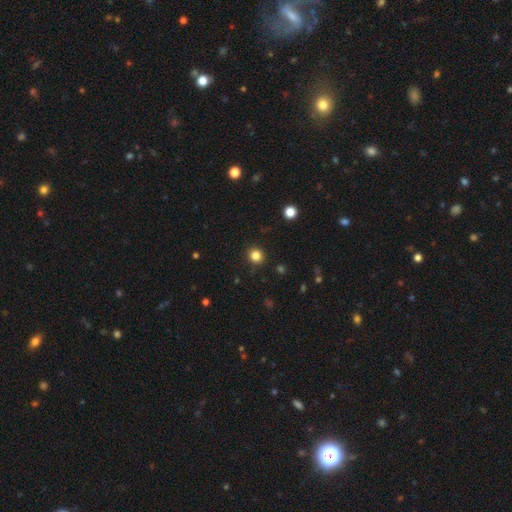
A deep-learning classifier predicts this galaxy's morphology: smooth-or-featured: smooth: 83% | star or artifact: 13% | featured or disk: 4%
  how-rounded: round: 86% | in between: 13% | cigar-shaped: 1%
  merging: none: 91% | minor disturbance: 6% | major disturbance: 2% | merger: 1%